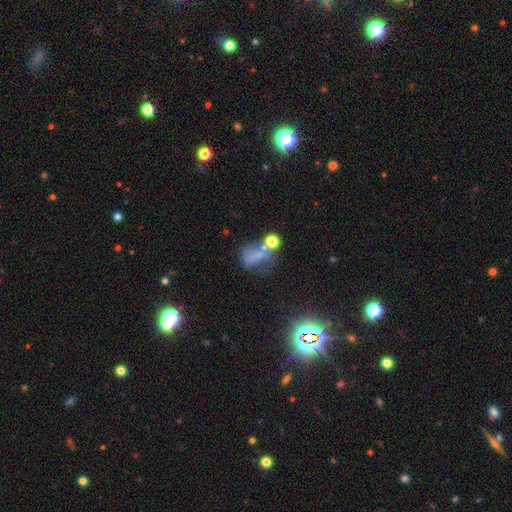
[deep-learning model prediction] Smooth or featured: smooth — 51% (star or artifact — 26%)
How rounded: in between — 58% (round — 38%)
Merging: major disturbance — 33% (none — 28%)